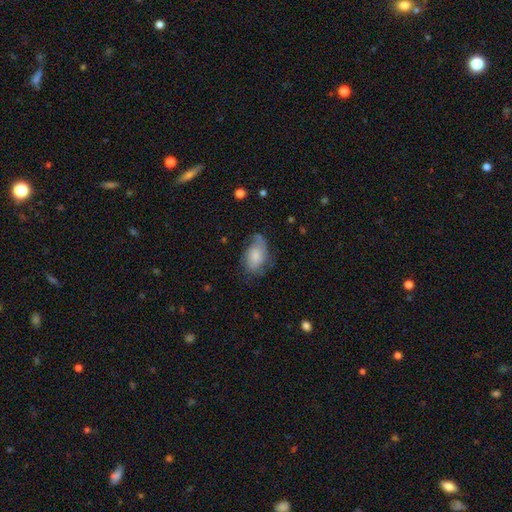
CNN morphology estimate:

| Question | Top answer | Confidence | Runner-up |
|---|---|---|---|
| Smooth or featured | smooth | 57% | featured or disk (35%) |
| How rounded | in between | 89% | round (9%) |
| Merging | none | 50% | minor disturbance (32%) |